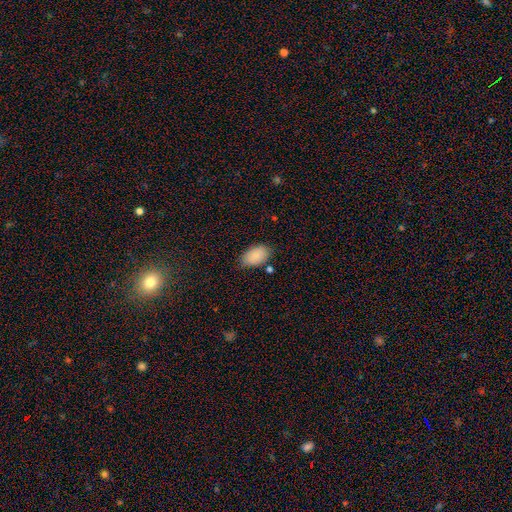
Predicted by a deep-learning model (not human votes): This is clearly a smooth galaxy (84%). How rounded: clearly in between (93%). Merging: likely none (73%).